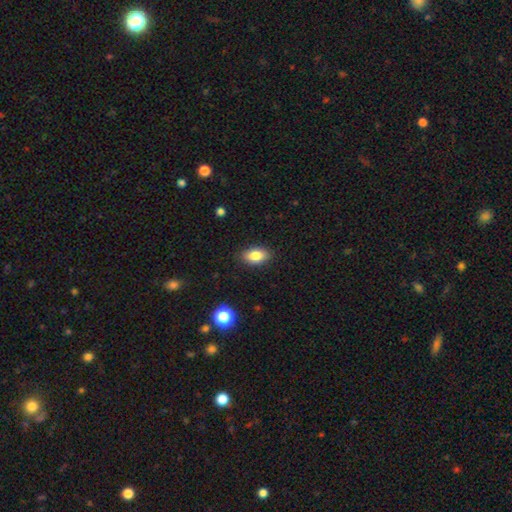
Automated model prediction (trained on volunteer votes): Smooth or featured? Predicted: smooth (p=0.84). How rounded? Predicted: in between (p=0.89). Merging? Predicted: none (p=0.87).